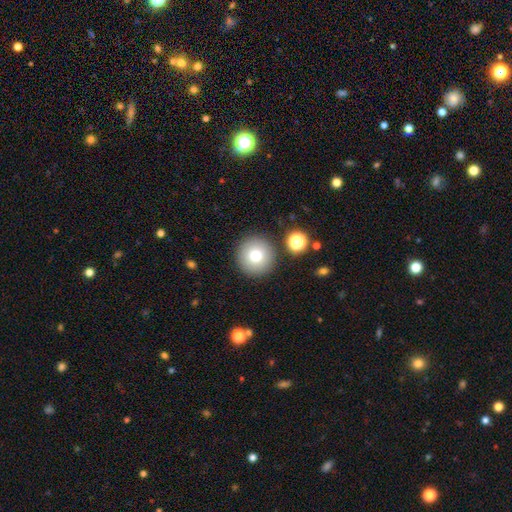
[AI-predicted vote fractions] Morphology: type=smooth (78%); roundness=round (95%); merging=none (87%).